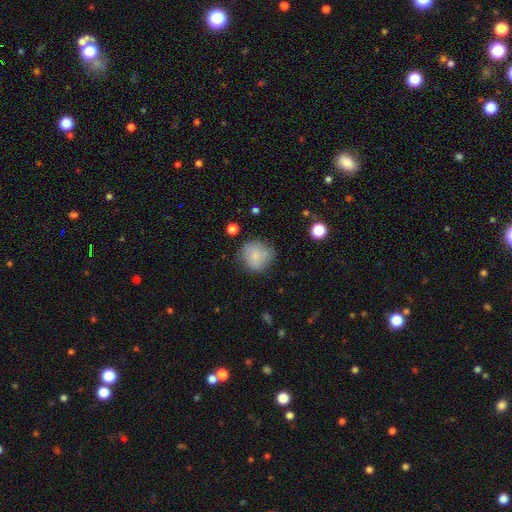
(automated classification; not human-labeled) A smooth galaxy with no disk features (77%) that is round (88%).

Vote fractions:
- Smooth or featured? smooth: 77% / featured or disk: 14% / star or artifact: 9%
- How rounded? round: 88% / in between: 11% / cigar-shaped: 1%
- Merging? none: 68% / minor disturbance: 22% / major disturbance: 7% / merger: 3%